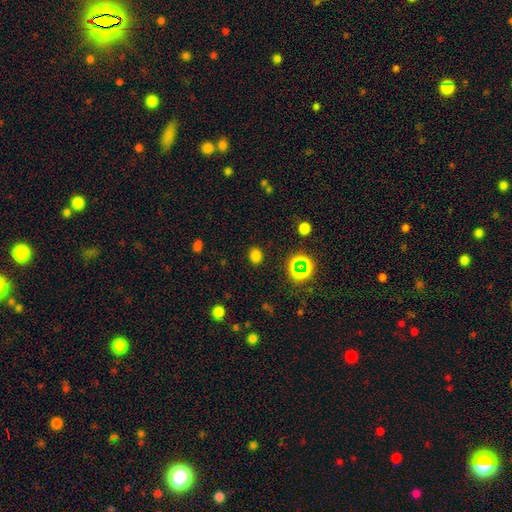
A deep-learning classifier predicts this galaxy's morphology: type=smooth (74%); roundness=round (53%); merging=none (87%).